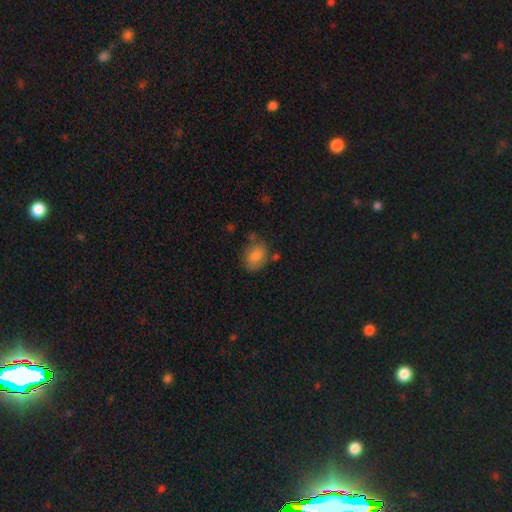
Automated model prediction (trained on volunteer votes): Morphology: type=smooth (82%); roundness=in between (72%); merging=none (69%).